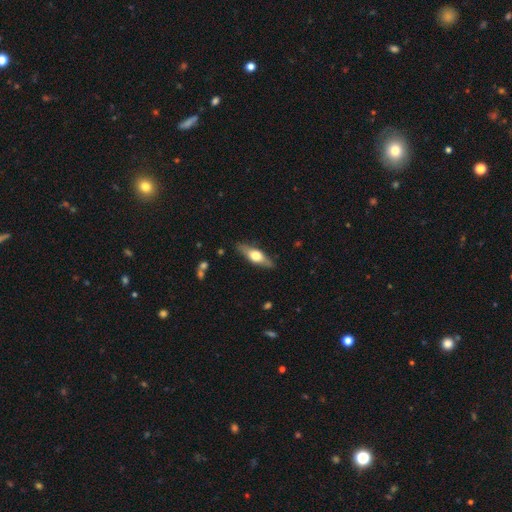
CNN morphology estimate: Q: Smooth or featured?
A: featured or disk (53%); runner-up: smooth (41%)
Q: Edge-on disk?
A: yes (89%); runner-up: no (11%)
Q: Merging?
A: none (85%); runner-up: minor disturbance (11%)